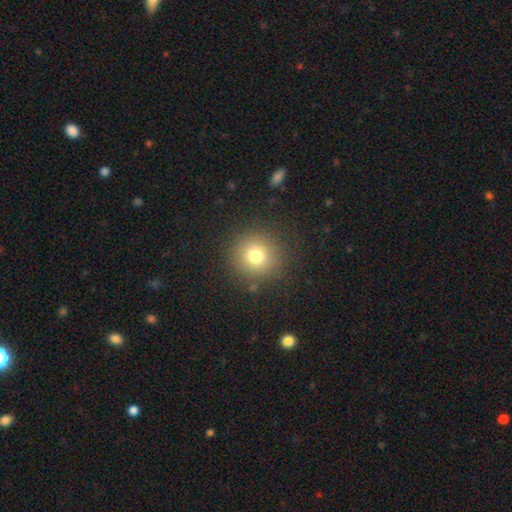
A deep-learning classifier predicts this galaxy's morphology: A smooth galaxy with no disk features (76%) that is round (93%). Merging: none (88%).